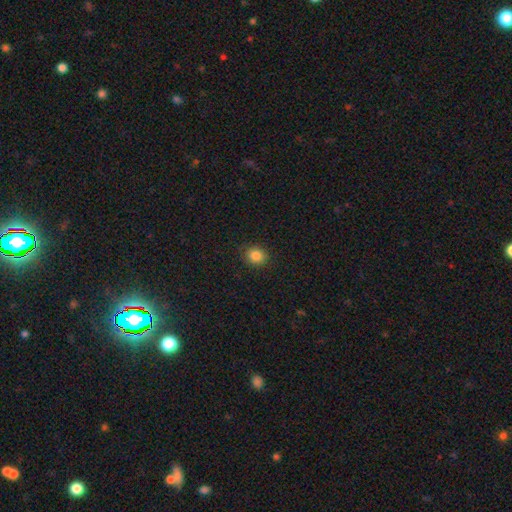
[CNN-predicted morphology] Smooth or featured? smooth (85%)
How rounded? round (78%)
Merging? none (89%)